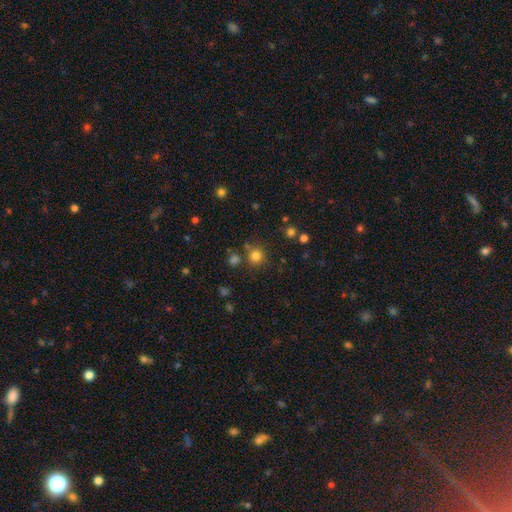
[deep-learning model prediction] smooth_or_featured: smooth (p=0.78) [alt: star or artifact p=0.16]
how_rounded: round (p=0.91) [alt: in between p=0.08]
merging: none (p=0.78) [alt: minor disturbance p=0.09]